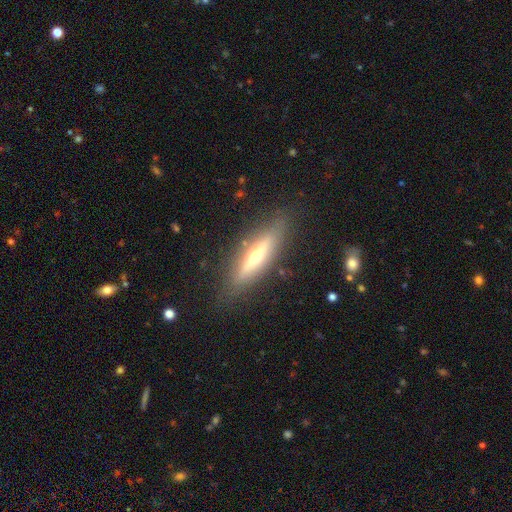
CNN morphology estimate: Smooth or featured: featured or disk — 60% (smooth — 33%)
Edge-on disk: yes — 89% (no — 11%)
Edge-on bulge: rounded — 85% (none — 10%)
Merging: none — 82% (minor disturbance — 12%)